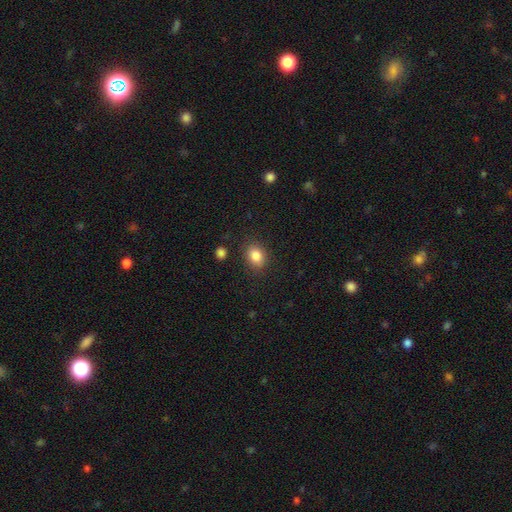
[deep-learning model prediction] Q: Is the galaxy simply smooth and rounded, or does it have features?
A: smooth — 85%.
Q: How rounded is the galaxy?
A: in between — 59%.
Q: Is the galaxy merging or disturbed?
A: none — 84%.